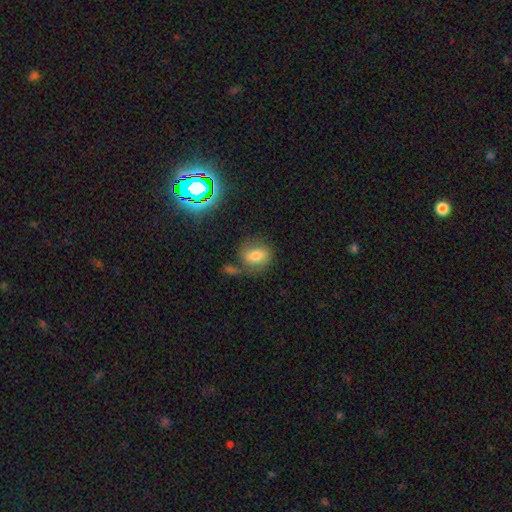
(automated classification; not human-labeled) Q: Smooth or featured?
A: smooth (65%); runner-up: featured or disk (21%)
Q: How rounded?
A: in between (52%); runner-up: round (46%)
Q: Merging?
A: none (54%); runner-up: minor disturbance (19%)